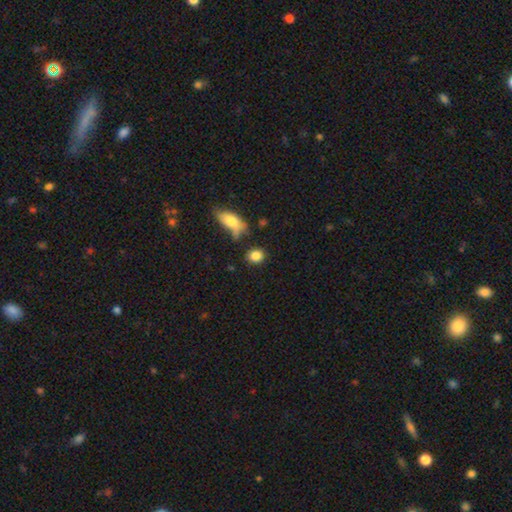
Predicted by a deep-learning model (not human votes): Smooth or featured: smooth — 85% (star or artifact — 8%)
How rounded: round — 58% (in between — 40%)
Merging: none — 79% (minor disturbance — 11%)